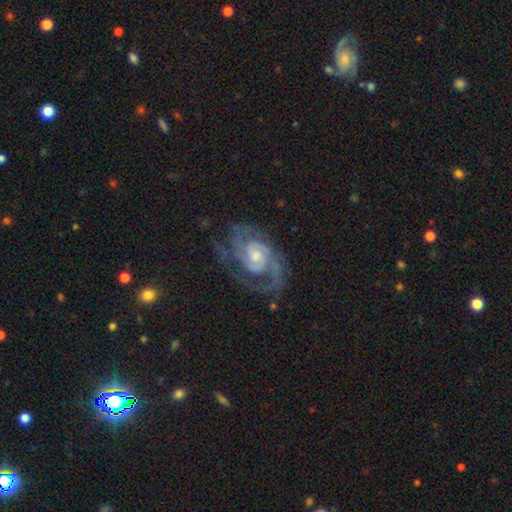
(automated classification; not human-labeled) The model was most divided on "spiral winding": tight: 50%, medium: 42%, loose: 8%. More confident: spiral arms — yes (98%); edge-on disk — no (98%); smooth or featured — featured or disk (91%); merging — none (70%); bar — no (60%); spiral arm count — 2 (59%); bulge size — moderate (50%).